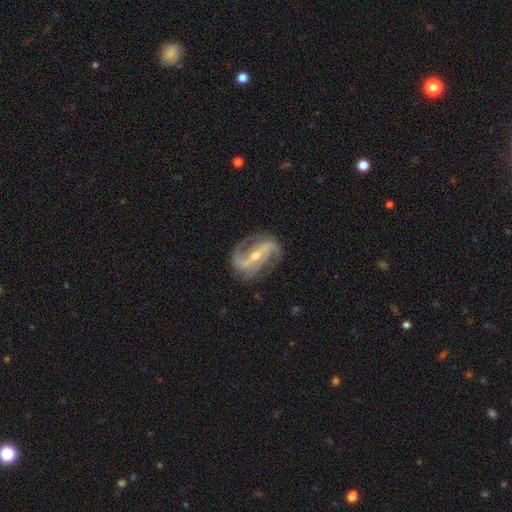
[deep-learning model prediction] Morphology: type=featured or disk (91%); edge-on=no (96%); bar=strong (60%); spiral arms=yes (97%); winding=loose (43%); arm count=2 (90%); bulge=small (61%); merging=none (79%).